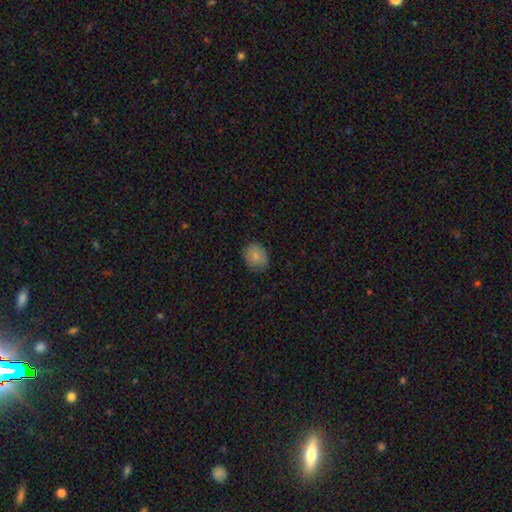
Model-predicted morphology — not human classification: This appears to be a smooth galaxy with no disk features (84%) that is round (57%). Merging: none (80%).